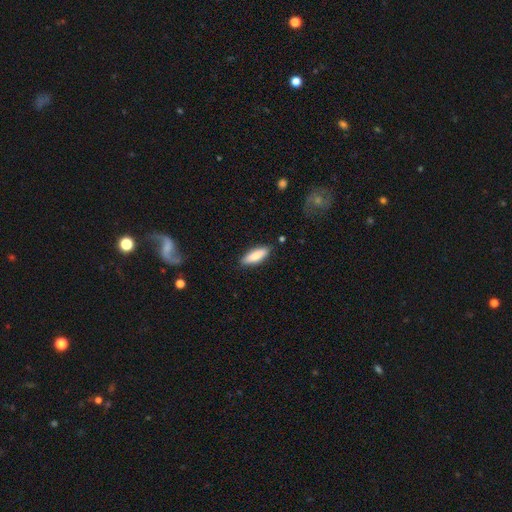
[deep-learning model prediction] Q: Smooth or featured?
A: smooth (79%); runner-up: featured or disk (15%)
Q: How rounded?
A: in between (51%); runner-up: cigar-shaped (47%)
Q: Merging?
A: none (86%); runner-up: minor disturbance (11%)